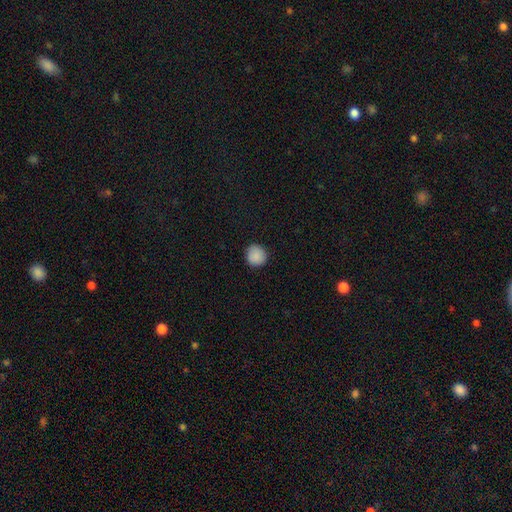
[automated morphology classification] The model was most divided on "smooth or featured": smooth: 89%, star or artifact: 8%, featured or disk: 3%. More confident: how rounded — round (93%); merging — none (89%).